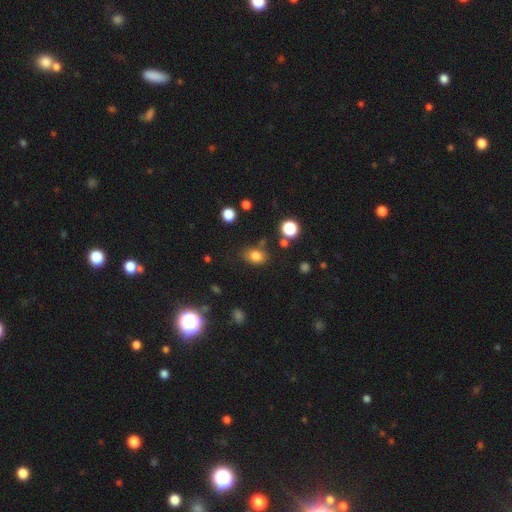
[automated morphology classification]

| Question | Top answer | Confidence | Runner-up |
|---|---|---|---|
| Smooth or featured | smooth | 80% | star or artifact (13%) |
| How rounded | in between | 66% | round (33%) |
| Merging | none | 73% | minor disturbance (16%) |